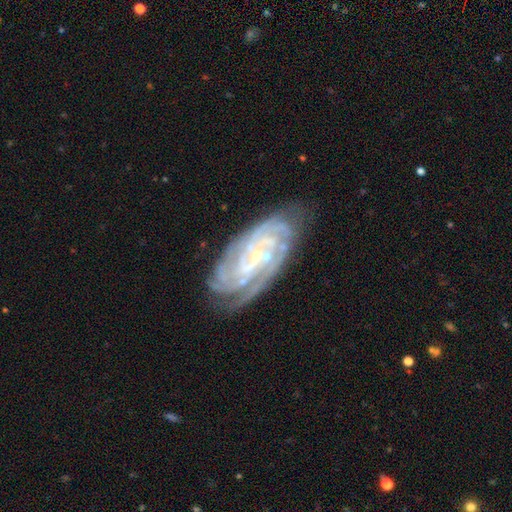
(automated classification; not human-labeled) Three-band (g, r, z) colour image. It shows a featured or disk galaxy (88%) with no bar (48%), 4 (30%) tight (76%) spiral arms (98%) and a small central bulge (77%). Merging: none (73%).